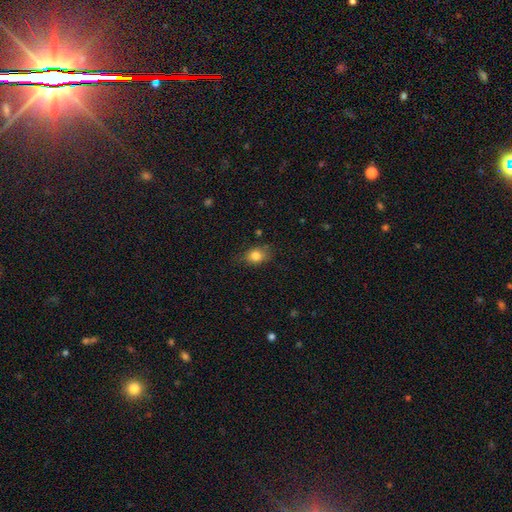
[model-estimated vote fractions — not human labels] smooth-or-featured: smooth: 81% | star or artifact: 10% | featured or disk: 9%
  how-rounded: in between: 61% | round: 37% | cigar-shaped: 2%
  merging: none: 73% | minor disturbance: 20% | major disturbance: 5% | merger: 2%